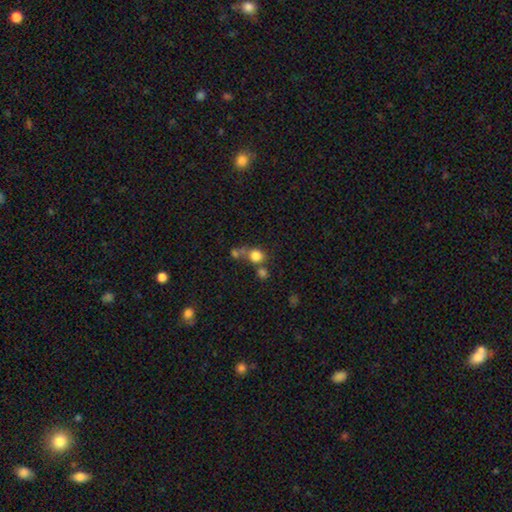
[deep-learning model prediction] Overall: smooth (78%). How rounded: round (84%). Merging: none (49%; merger 35%).